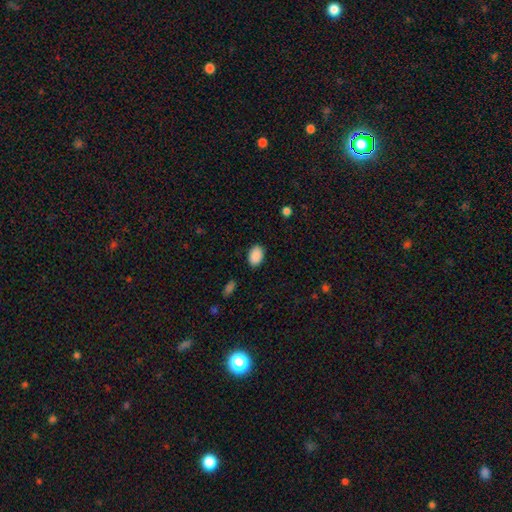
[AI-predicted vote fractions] smooth 90%, star or artifact 7%, featured or disk 3%. Down the decision tree: how rounded — in between (86%); merging — none (88%).